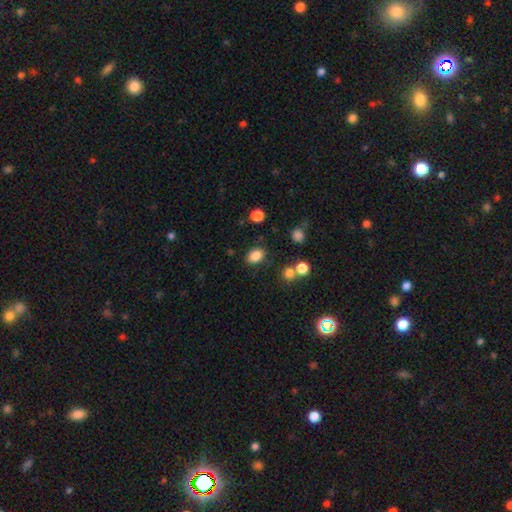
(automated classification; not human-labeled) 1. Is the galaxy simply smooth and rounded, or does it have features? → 84% smooth, 11% star or artifact, 5% featured or disk.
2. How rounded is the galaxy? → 78% in between, 21% round, 1% cigar-shaped.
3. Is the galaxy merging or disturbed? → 80% none, 11% minor disturbance, 5% merger, 4% major disturbance.